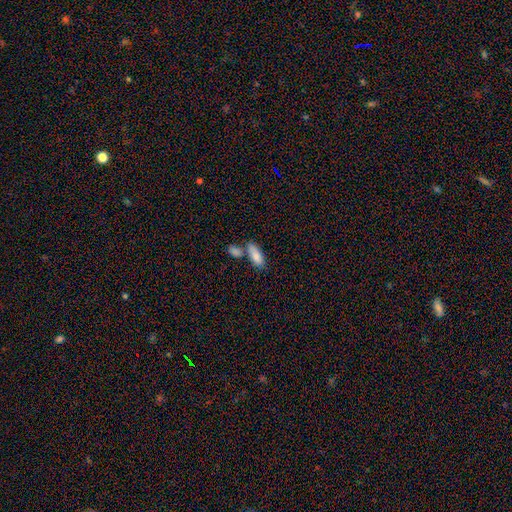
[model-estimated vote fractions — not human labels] The model was most divided on "merging": none: 47%, merger: 36%, minor disturbance: 12%, major disturbance: 4%. More confident: smooth or featured — smooth (82%); how rounded — in between (74%).